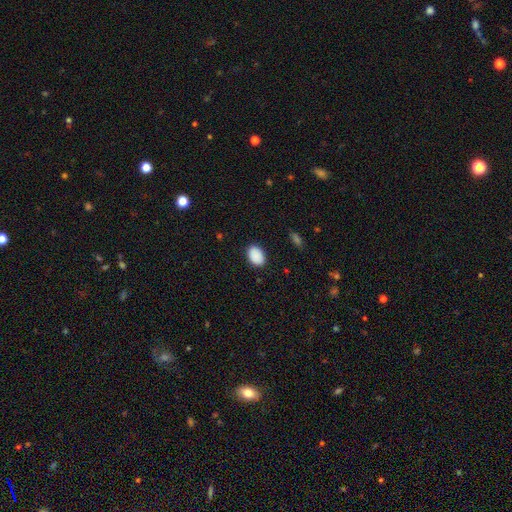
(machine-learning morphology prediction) Smooth or featured: smooth — 90% (star or artifact — 7%)
How rounded: in between — 84% (round — 15%)
Merging: none — 87% (minor disturbance — 10%)